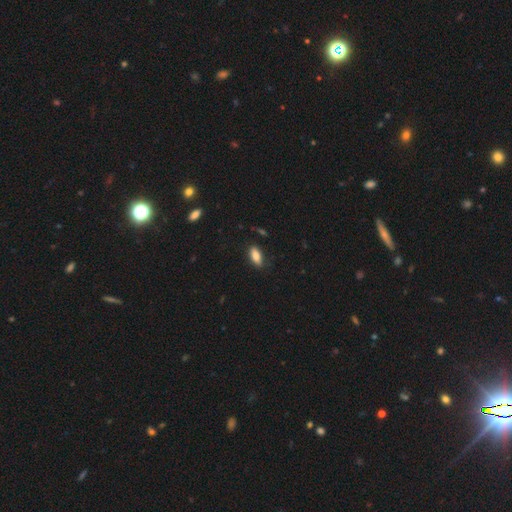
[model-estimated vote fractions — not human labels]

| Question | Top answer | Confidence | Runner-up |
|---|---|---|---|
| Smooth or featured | smooth | 83% | featured or disk (10%) |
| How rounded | in between | 81% | cigar-shaped (16%) |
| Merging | none | 81% | minor disturbance (15%) |